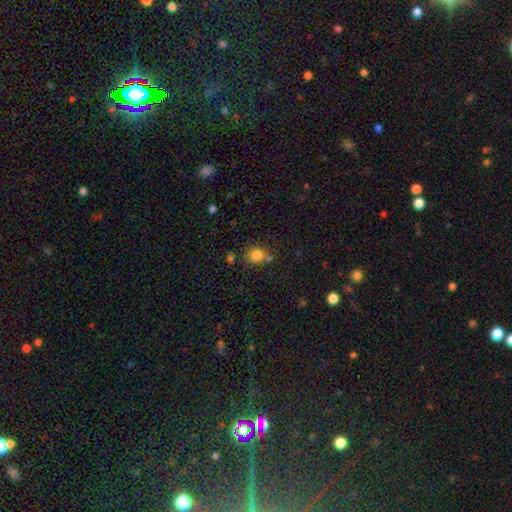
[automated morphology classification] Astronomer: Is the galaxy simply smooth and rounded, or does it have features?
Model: smooth — 82%.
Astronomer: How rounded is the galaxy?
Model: round — 81%.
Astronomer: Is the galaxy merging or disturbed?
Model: none — 64%.